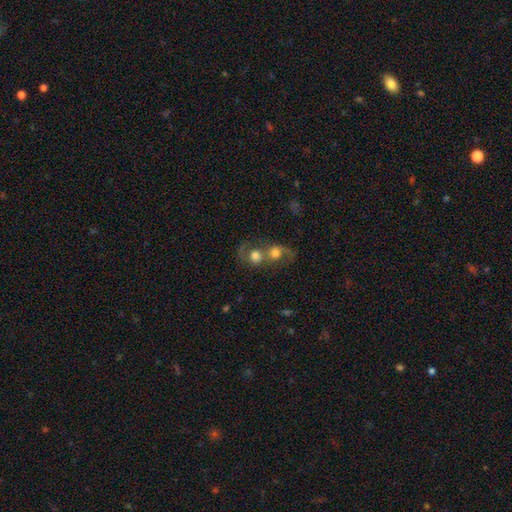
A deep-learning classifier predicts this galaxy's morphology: A smooth galaxy with no disk features (63%) that is round (74%).

Vote fractions:
- Smooth or featured? smooth: 63% / featured or disk: 26% / star or artifact: 11%
- How rounded? round: 74% / in between: 25% / cigar-shaped: 1%
- Merging? merger: 74% / none: 14% / major disturbance: 7% / minor disturbance: 5%